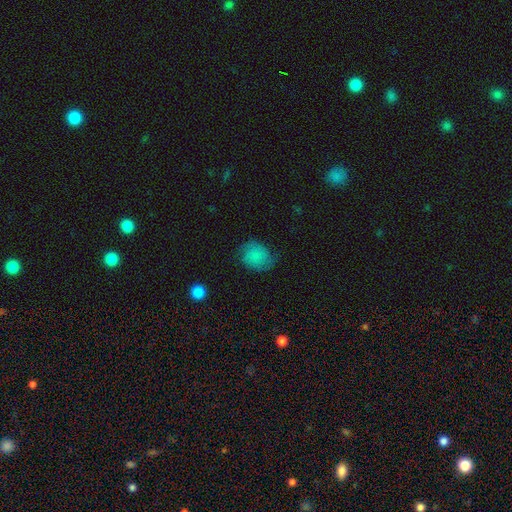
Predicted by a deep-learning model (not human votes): Overall: smooth (50%; featured or disk 40%). Merging: none (67%).